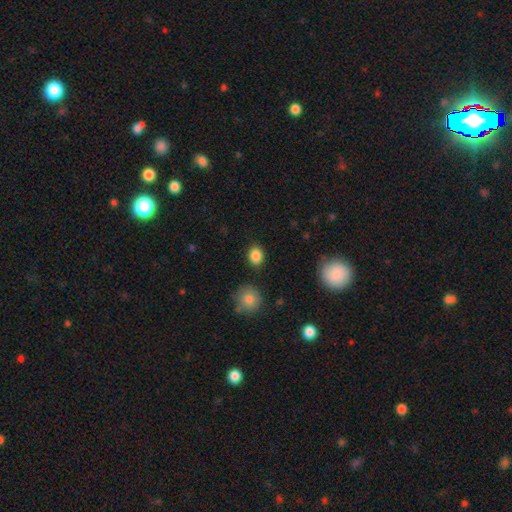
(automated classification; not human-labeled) Smooth or featured?
  - smooth: 86% *
  - star or artifact: 10%
  - featured or disk: 4%
How rounded?
  - round: 50% *
  - in between: 49%
  - cigar-shaped: 1%
Merging?
  - none: 86% *
  - minor disturbance: 9%
  - major disturbance: 3%
  - merger: 2%